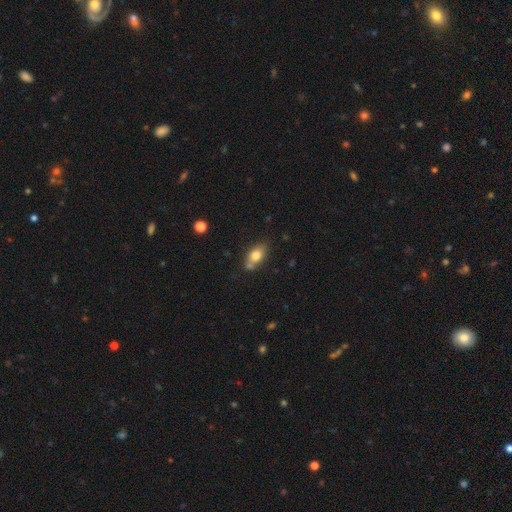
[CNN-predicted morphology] Q: Smooth or featured?
A: smooth (76%); runner-up: featured or disk (16%)
Q: How rounded?
A: in between (84%); runner-up: round (10%)
Q: Merging?
A: none (61%); runner-up: minor disturbance (21%)